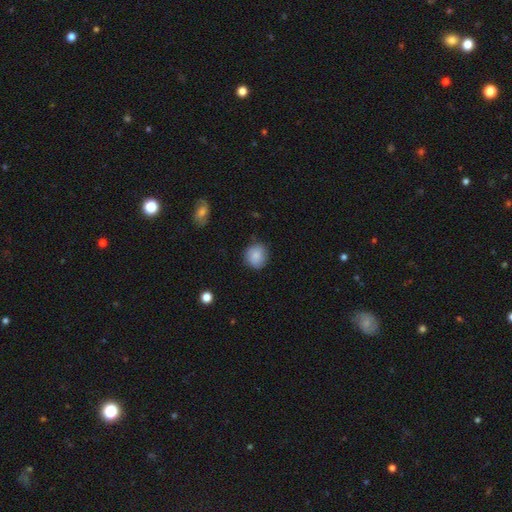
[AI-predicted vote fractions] Smooth or featured?
  - smooth: 85% *
  - star or artifact: 8%
  - featured or disk: 7%
How rounded?
  - round: 82% *
  - in between: 17%
  - cigar-shaped: 1%
Merging?
  - none: 79% *
  - minor disturbance: 16%
  - major disturbance: 3%
  - merger: 1%